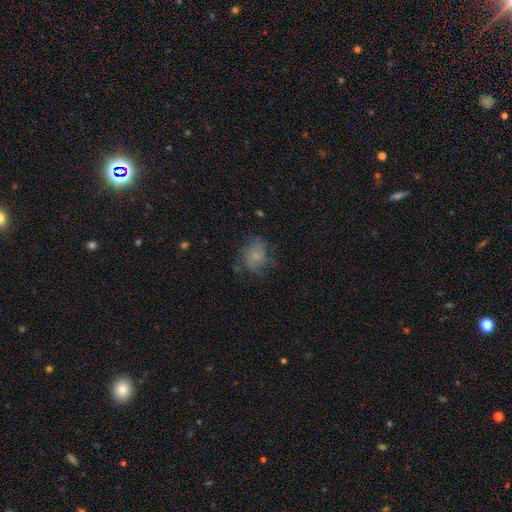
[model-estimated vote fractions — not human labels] smooth-or-featured: smooth: 61% | featured or disk: 27% | star or artifact: 12%
  how-rounded: round: 60% | in between: 39% | cigar-shaped: 1%
  merging: none: 56% | minor disturbance: 26% | major disturbance: 16% | merger: 2%